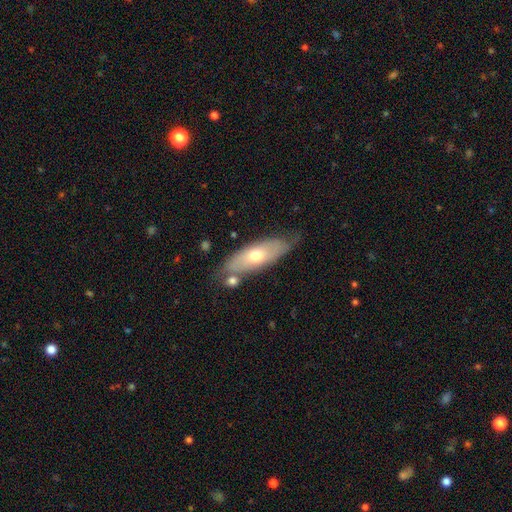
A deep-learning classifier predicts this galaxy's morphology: A smooth galaxy with no disk features (54%) that is in between round and cigar-shaped (62%). Merging: none (66%).